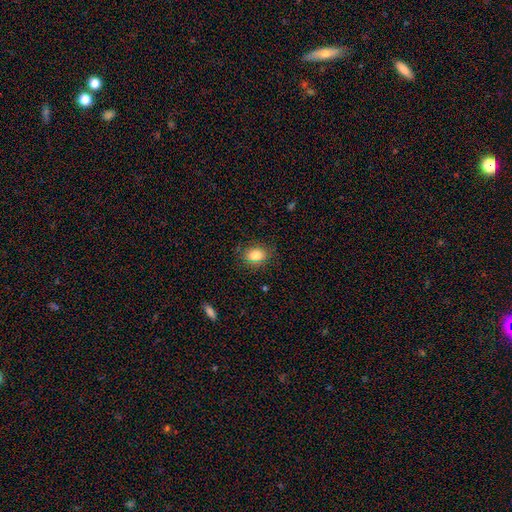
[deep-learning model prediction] smooth_or_featured: smooth (p=0.83) [alt: star or artifact p=0.10]
how_rounded: in between (p=0.53) [alt: round p=0.46]
merging: none (p=0.84) [alt: minor disturbance p=0.12]